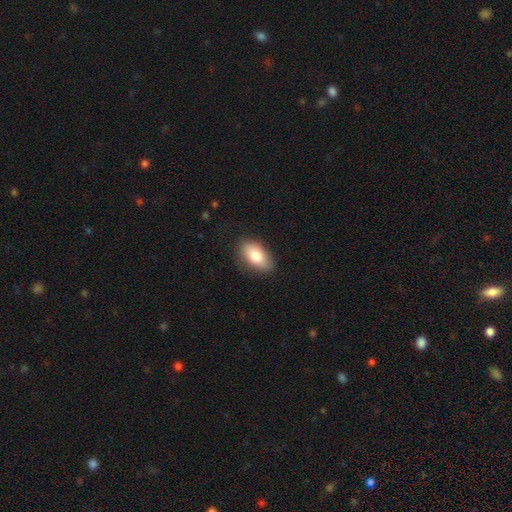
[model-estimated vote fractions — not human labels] A smooth galaxy with no disk features (81%) that is in between round and cigar-shaped (92%).

Vote fractions:
- Smooth or featured? smooth: 81% / featured or disk: 12% / star or artifact: 7%
- How rounded? in between: 92% / round: 5% / cigar-shaped: 3%
- Merging? none: 83% / minor disturbance: 13% / major disturbance: 3% / merger: 1%